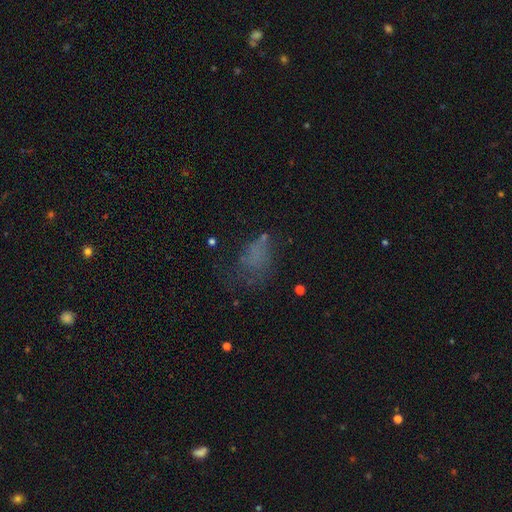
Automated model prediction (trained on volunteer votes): smooth-or-featured: smooth: 52% | featured or disk: 25% | star or artifact: 24%
  how-rounded: in between: 76% | round: 20% | cigar-shaped: 4%
  merging: none: 37% | major disturbance: 36% | minor disturbance: 21% | merger: 5%